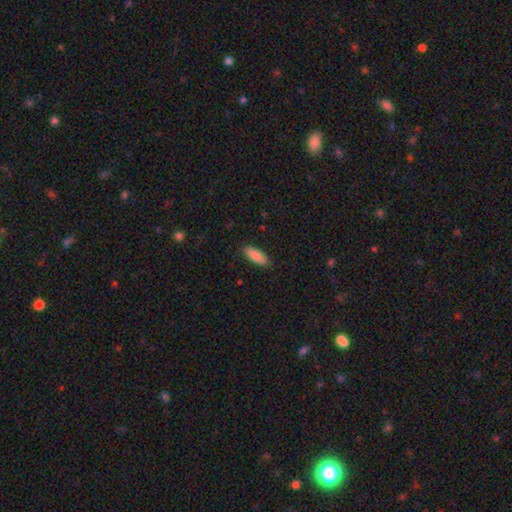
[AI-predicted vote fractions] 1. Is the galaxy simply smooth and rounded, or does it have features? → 88% smooth, 6% featured or disk, 6% star or artifact.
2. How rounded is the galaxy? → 73% in between, 25% cigar-shaped, 2% round.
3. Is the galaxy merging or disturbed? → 86% none, 11% minor disturbance, 2% major disturbance, 1% merger.